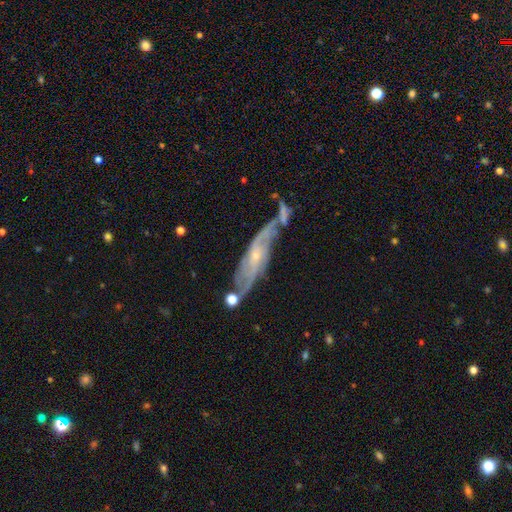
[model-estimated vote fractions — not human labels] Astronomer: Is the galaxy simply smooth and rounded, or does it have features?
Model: featured or disk — 80%.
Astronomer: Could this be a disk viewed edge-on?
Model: no — 71%.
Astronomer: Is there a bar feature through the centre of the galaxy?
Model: no — 58%.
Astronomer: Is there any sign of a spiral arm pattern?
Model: yes — 91%.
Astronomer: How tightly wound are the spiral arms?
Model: medium — 42% (runner-up: tight, 33%).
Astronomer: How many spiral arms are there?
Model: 2 — 48% (runner-up: can't tell, 30%).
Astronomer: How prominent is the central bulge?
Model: small — 75%.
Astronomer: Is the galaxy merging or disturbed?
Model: none — 47% (runner-up: minor disturbance, 24%).